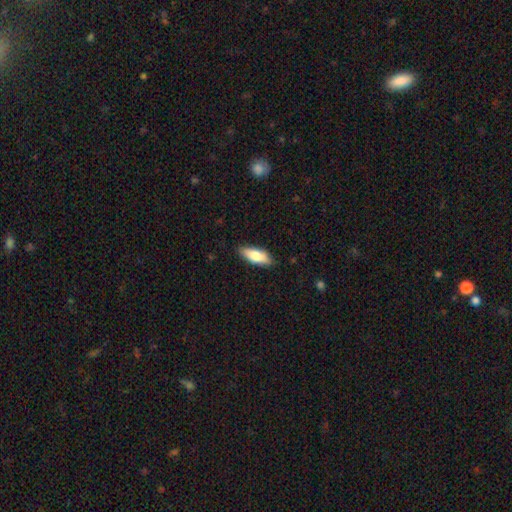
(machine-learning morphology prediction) A smooth galaxy with no disk features (76%) that is in between round and cigar-shaped (71%). Merging: none (85%).